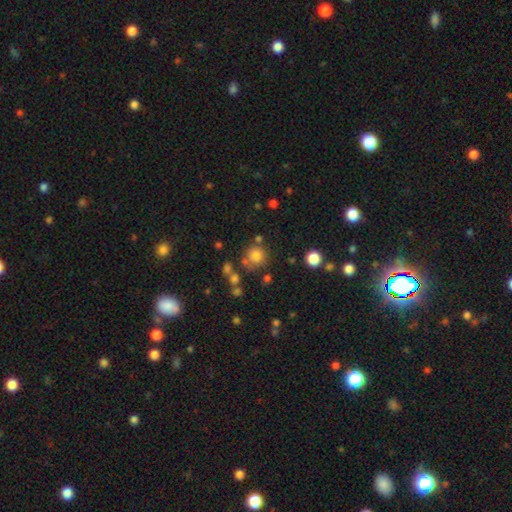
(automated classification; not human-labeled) This appears to be a smooth galaxy with no disk features (77%) that is round (91%). Merging: none (71%).